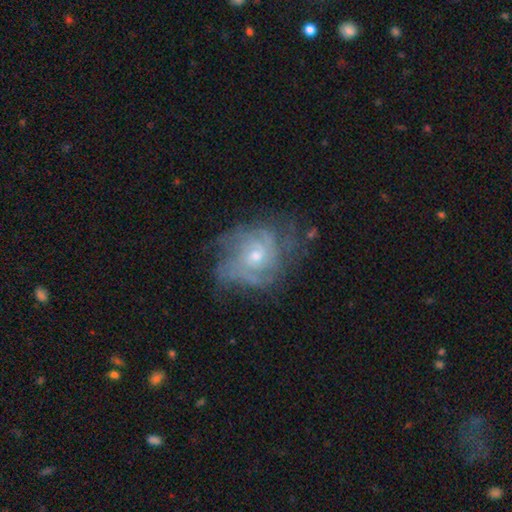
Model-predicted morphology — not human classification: smooth_or_featured: featured or disk (p=0.80) [alt: smooth p=0.12]
disk_edge_on: no (p=0.97) [alt: yes p=0.03]
bar: no (p=0.74) [alt: weak p=0.22]
has_spiral_arms: yes (p=0.87) [alt: no p=0.13]
spiral_winding: tight (p=0.55) [alt: medium p=0.34]
spiral_arm_count: can't tell (p=0.46) [alt: 3 p=0.15]
bulge_size: small (p=0.52) [alt: moderate p=0.44]
merging: none (p=0.58) [alt: minor disturbance p=0.23]